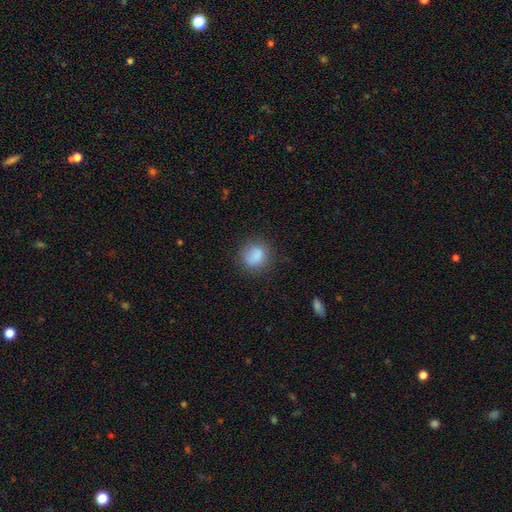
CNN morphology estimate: smooth_or_featured: smooth (p=0.83) [alt: star or artifact p=0.10]
how_rounded: round (p=0.78) [alt: in between p=0.21]
merging: none (p=0.75) [alt: minor disturbance p=0.17]